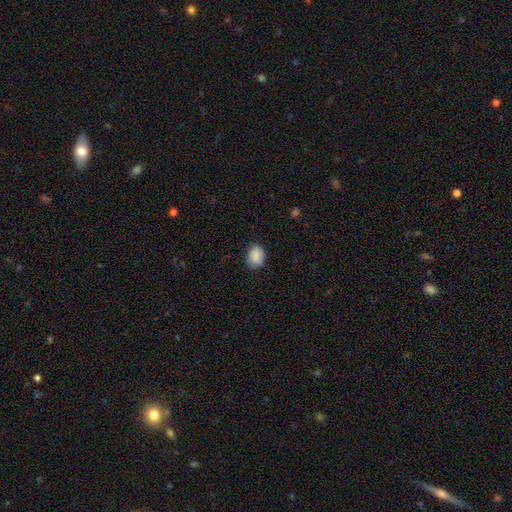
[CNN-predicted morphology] This is clearly a smooth galaxy (88%). How rounded: likely in between (65%). Merging: clearly none (82%).